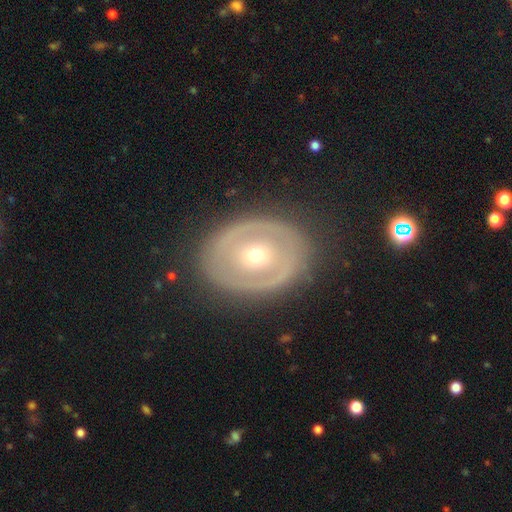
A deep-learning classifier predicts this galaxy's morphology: Smooth or featured? Predicted: featured or disk (p=0.67). Edge-on disk? Predicted: no (p=0.94). Bar? Predicted: no (p=0.81). Spiral arms? Predicted: no (p=0.80). Bulge size? Predicted: small (p=0.50). Merging? Predicted: none (p=0.82).